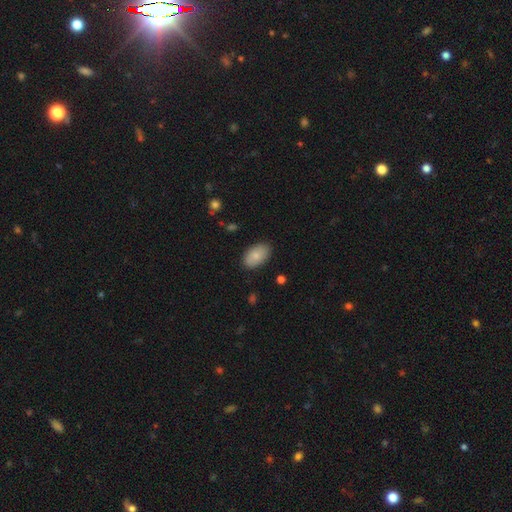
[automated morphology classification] The model was most divided on "smooth or featured": smooth: 81%, featured or disk: 12%, star or artifact: 6%. More confident: how rounded — in between (93%); merging — none (85%).